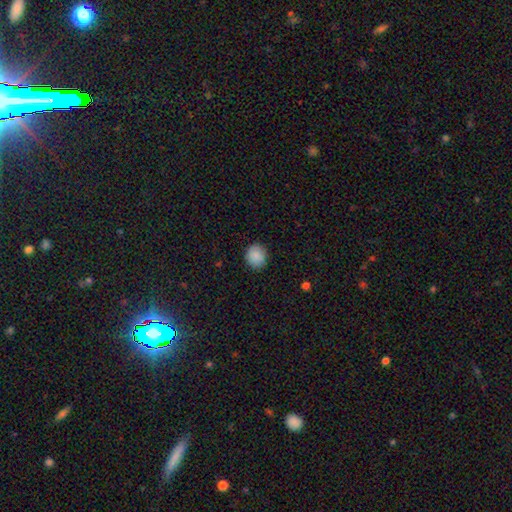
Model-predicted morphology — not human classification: smooth_or_featured: smooth (p=0.89) [alt: star or artifact p=0.08]
how_rounded: round (p=0.79) [alt: in between p=0.20]
merging: none (p=0.88) [alt: minor disturbance p=0.09]